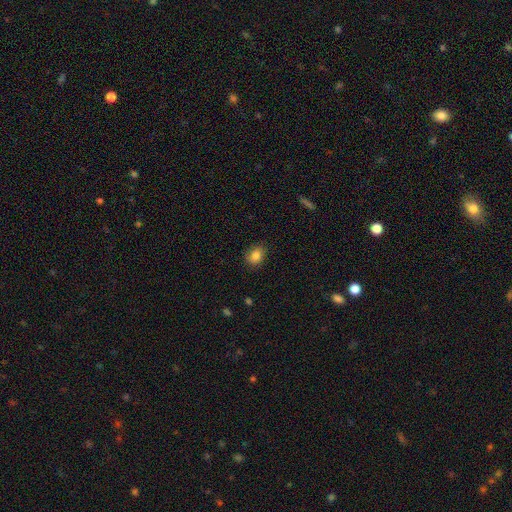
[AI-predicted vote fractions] A smooth galaxy with no disk features (81%) that is in between round and cigar-shaped (51%).

Vote fractions:
- Smooth or featured? smooth: 81% / star or artifact: 10% / featured or disk: 9%
- How rounded? in between: 51% / round: 47% / cigar-shaped: 1%
- Merging? none: 81% / minor disturbance: 15% / major disturbance: 3% / merger: 1%